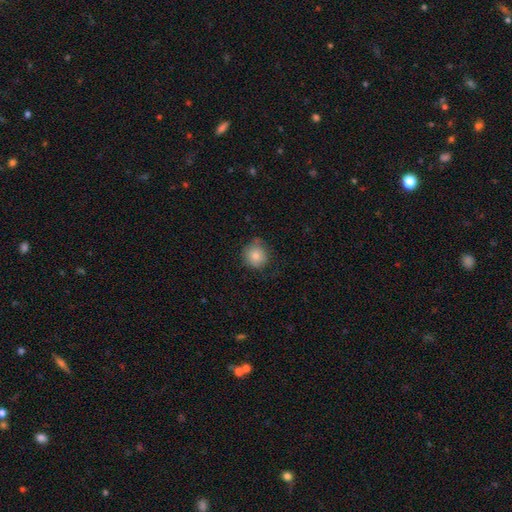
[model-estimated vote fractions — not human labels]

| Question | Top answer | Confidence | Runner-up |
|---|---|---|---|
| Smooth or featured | smooth | 83% | star or artifact (9%) |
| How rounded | round | 89% | in between (10%) |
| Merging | none | 73% | minor disturbance (21%) |